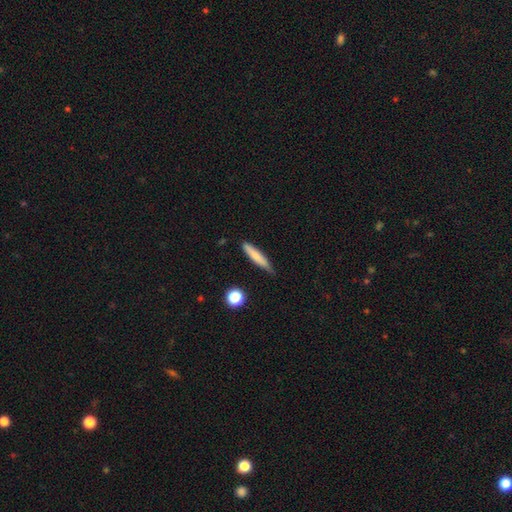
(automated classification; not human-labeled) Q: Smooth or featured?
A: smooth (73%); runner-up: featured or disk (20%)
Q: How rounded?
A: cigar-shaped (87%); runner-up: in between (11%)
Q: Merging?
A: none (69%); runner-up: minor disturbance (25%)